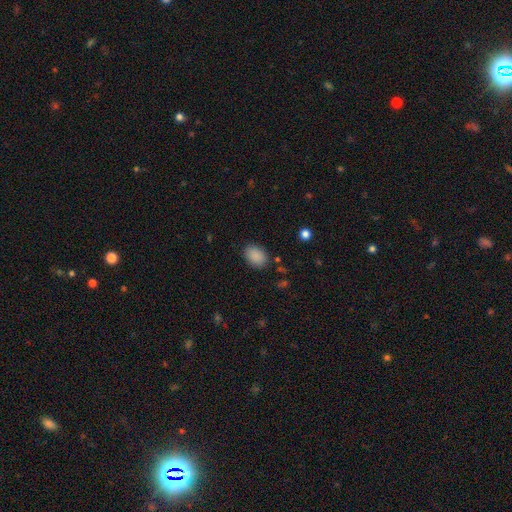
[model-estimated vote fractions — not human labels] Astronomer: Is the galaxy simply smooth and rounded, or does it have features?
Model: smooth — 88%.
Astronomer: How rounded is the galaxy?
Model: in between — 78%.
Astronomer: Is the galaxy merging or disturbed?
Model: none — 85%.